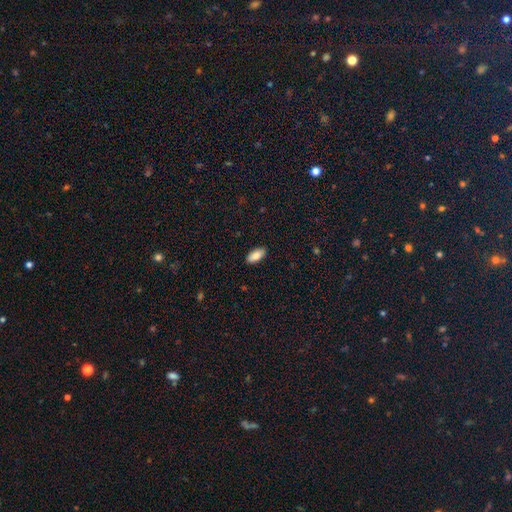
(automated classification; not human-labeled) smooth-or-featured: smooth: 86% | featured or disk: 7% | star or artifact: 7%
  how-rounded: in between: 89% | cigar-shaped: 9% | round: 2%
  merging: none: 89% | minor disturbance: 8% | major disturbance: 2% | merger: 1%